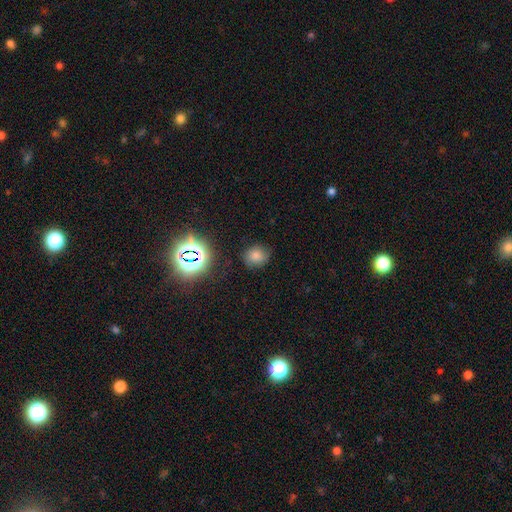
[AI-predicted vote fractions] Q: Smooth or featured?
A: smooth (62%); runner-up: star or artifact (28%)
Q: How rounded?
A: round (78%); runner-up: in between (21%)
Q: Merging?
A: none (81%); runner-up: minor disturbance (13%)